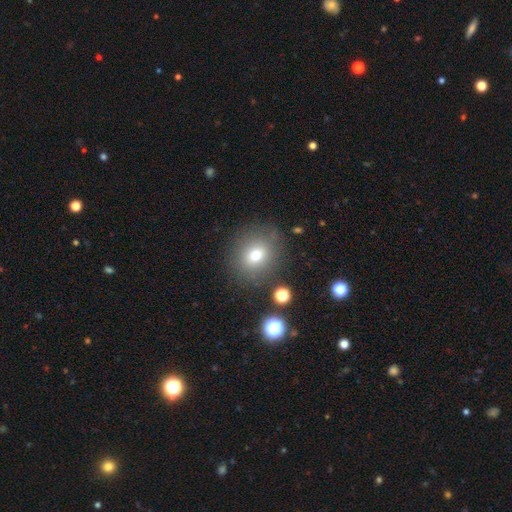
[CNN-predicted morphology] Smooth or featured: smooth — 72% (star or artifact — 14%)
How rounded: round — 74% (in between — 25%)
Merging: none — 80% (minor disturbance — 11%)